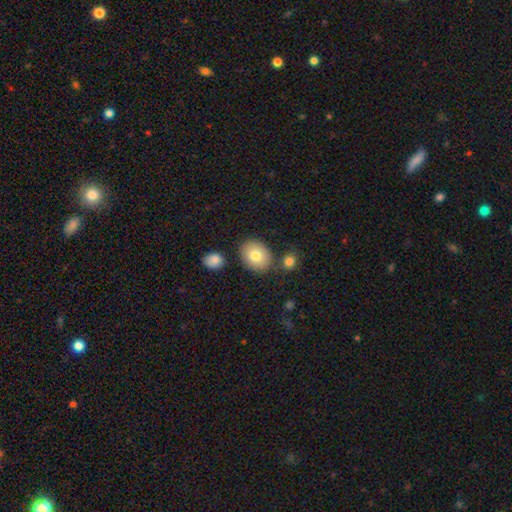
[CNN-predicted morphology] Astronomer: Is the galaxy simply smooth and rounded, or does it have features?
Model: smooth — 79%.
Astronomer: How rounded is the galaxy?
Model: in between — 58% (runner-up: round, 41%).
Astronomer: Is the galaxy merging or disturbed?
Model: none — 77%.